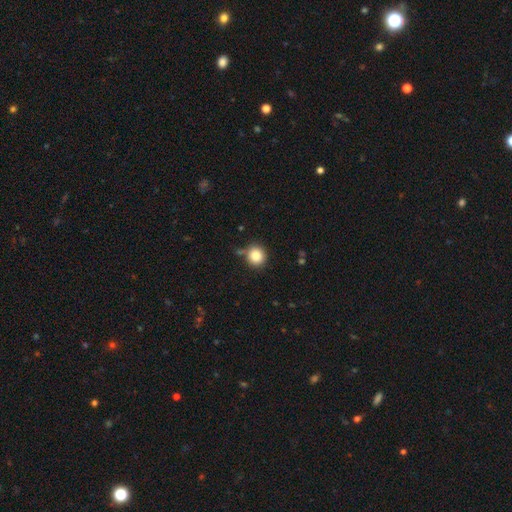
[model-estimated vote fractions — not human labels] smooth_or_featured: smooth (p=0.85) [alt: star or artifact p=0.10]
how_rounded: round (p=0.90) [alt: in between p=0.09]
merging: none (p=0.81) [alt: minor disturbance p=0.10]